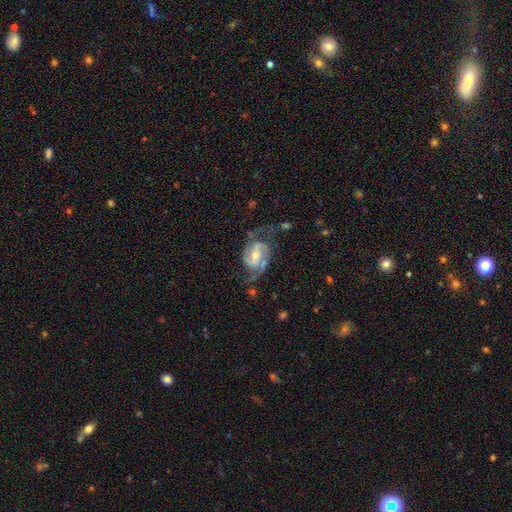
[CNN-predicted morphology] Smooth or featured? featured or disk (88%)
Edge-on disk? no (98%)
Bar? weak (45%)
Spiral arms? yes (97%)
Spiral winding? medium (52%)
Spiral arm count? 2 (81%)
Bulge size? small (49%)
Merging? none (55%)